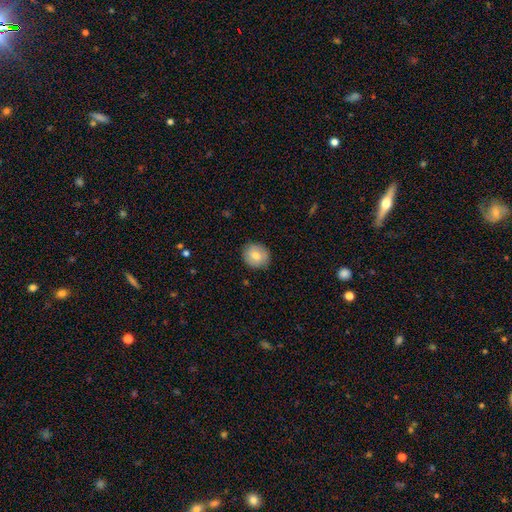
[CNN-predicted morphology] Smooth or featured?
  - smooth: 78% *
  - featured or disk: 15%
  - star or artifact: 7%
How rounded?
  - round: 80% *
  - in between: 19%
  - cigar-shaped: 1%
Merging?
  - none: 87% *
  - minor disturbance: 10%
  - major disturbance: 2%
  - merger: 1%